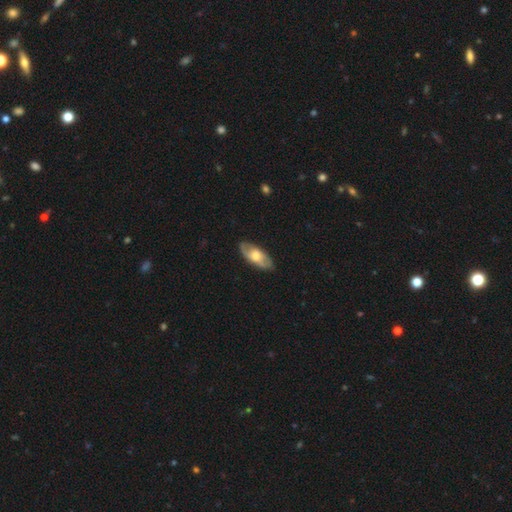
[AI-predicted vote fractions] smooth_or_featured: smooth (p=0.51) [alt: featured or disk p=0.43]
how_rounded: in between (p=0.83) [alt: cigar-shaped p=0.14]
merging: none (p=0.83) [alt: minor disturbance p=0.13]